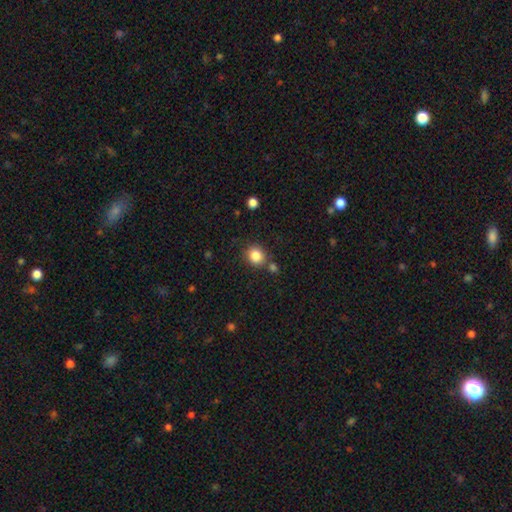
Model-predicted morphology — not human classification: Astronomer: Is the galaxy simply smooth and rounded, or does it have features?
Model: smooth — 84%.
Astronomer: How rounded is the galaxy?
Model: round — 82%.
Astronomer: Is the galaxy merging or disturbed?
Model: none — 77%.